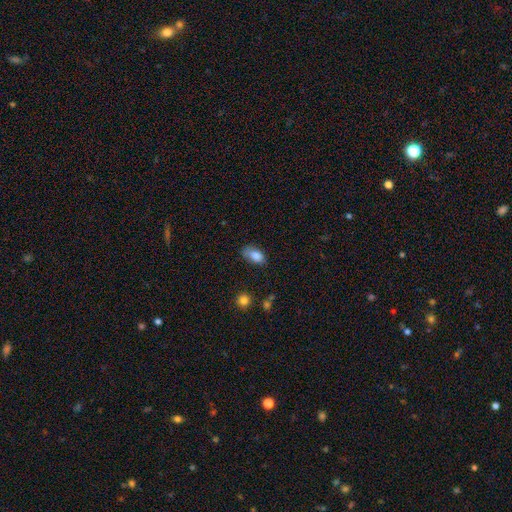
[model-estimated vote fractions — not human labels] Q: Smooth or featured?
A: smooth (83%); runner-up: star or artifact (9%)
Q: How rounded?
A: in between (91%); runner-up: round (6%)
Q: Merging?
A: none (57%); runner-up: minor disturbance (31%)